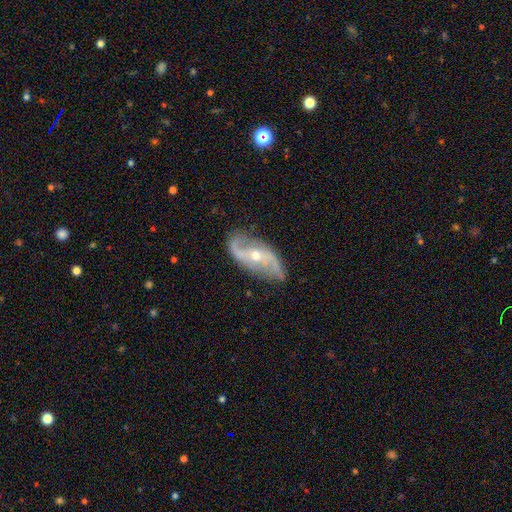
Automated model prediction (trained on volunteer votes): smooth-or-featured: featured or disk: 88% | smooth: 7% | star or artifact: 6%
  disk-edge-on: no: 95% | yes: 5%
    bar: no: 45% | weak: 35% | strong: 20%
    has-spiral-arms: yes: 96% | no: 4%
      spiral-winding: loose: 56% | medium: 32% | tight: 11%
      spiral-arm-count: 2: 91% | can't tell: 3% | 1: 2% | 3: 2% | 4: 1% | more than 4: 1%
    bulge-size: moderate: 51% | small: 46% | large: 2% | none: 1% | dominant: 1%
  merging: none: 77% | minor disturbance: 16% | major disturbance: 5% | merger: 2%